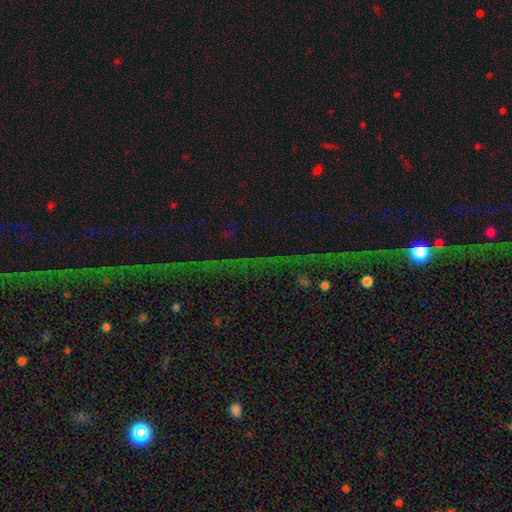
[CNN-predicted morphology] Smooth or featured? star or artifact (77%)